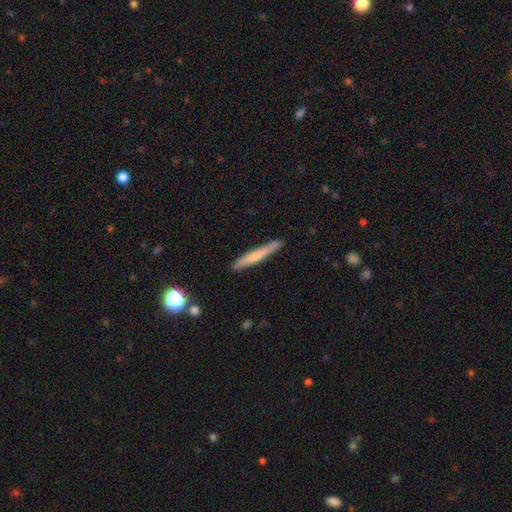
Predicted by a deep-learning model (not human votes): This is possibly a smooth galaxy (57%). How rounded: clearly cigar-shaped (95%). Merging: clearly none (87%).